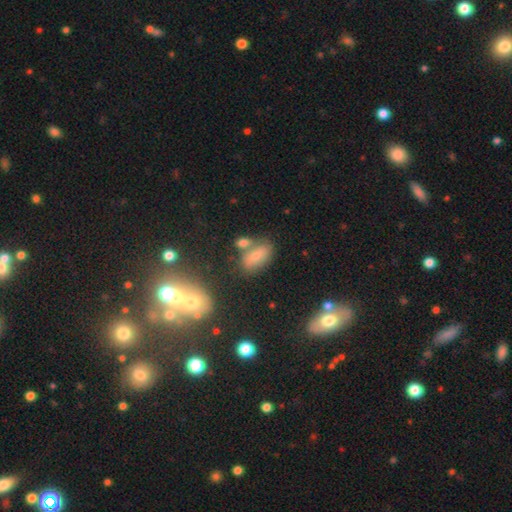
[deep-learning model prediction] Smooth or featured? smooth (69%)
How rounded? in between (84%)
Merging? none (56%)